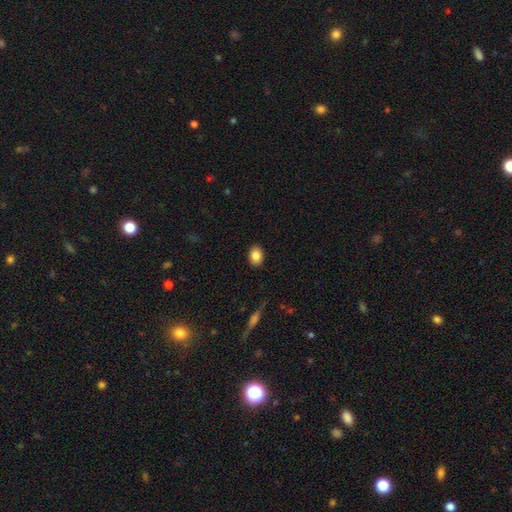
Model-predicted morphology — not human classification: Q: Smooth or featured?
A: smooth (85%); runner-up: star or artifact (8%)
Q: How rounded?
A: in between (70%); runner-up: round (29%)
Q: Merging?
A: none (89%); runner-up: minor disturbance (8%)